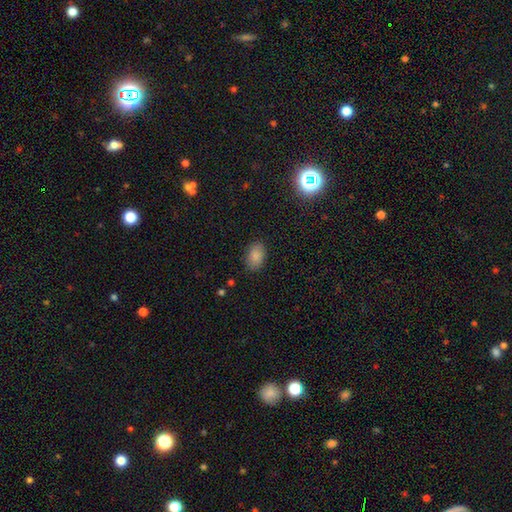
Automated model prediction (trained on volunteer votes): Smooth or featured? Predicted: smooth (p=0.86). How rounded? Predicted: in between (p=0.88). Merging? Predicted: none (p=0.85).